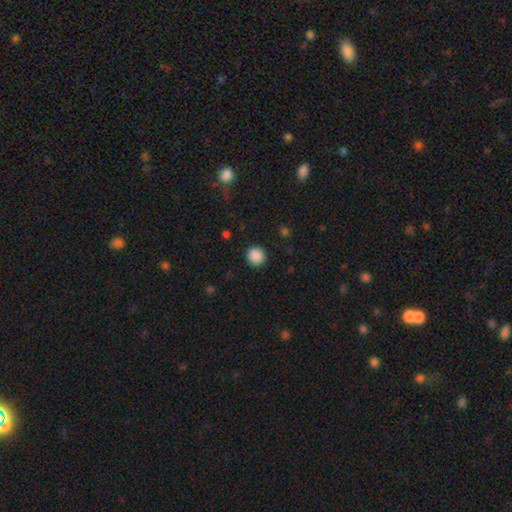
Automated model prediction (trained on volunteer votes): Smooth or featured? smooth (88%)
How rounded? round (91%)
Merging? none (91%)